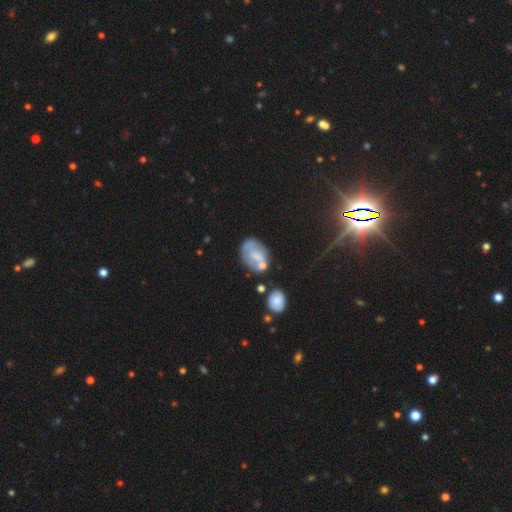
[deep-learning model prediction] Overall: smooth (51%; featured or disk 39%). How rounded: in between (76%). Merging: none (44%; minor disturbance 25%).